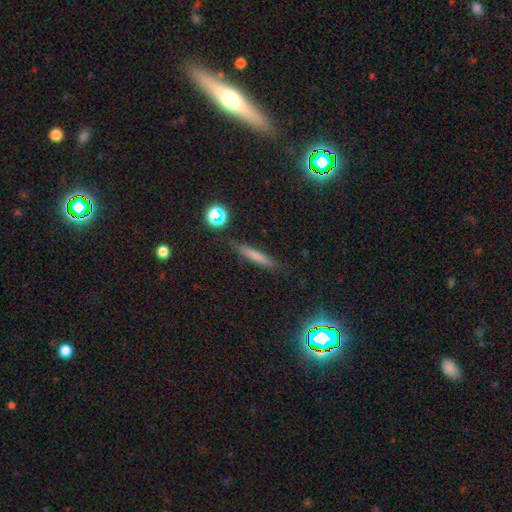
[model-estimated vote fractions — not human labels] Smooth or featured: smooth — 71% (featured or disk — 18%)
How rounded: cigar-shaped — 90% (in between — 7%)
Merging: none — 85% (minor disturbance — 10%)